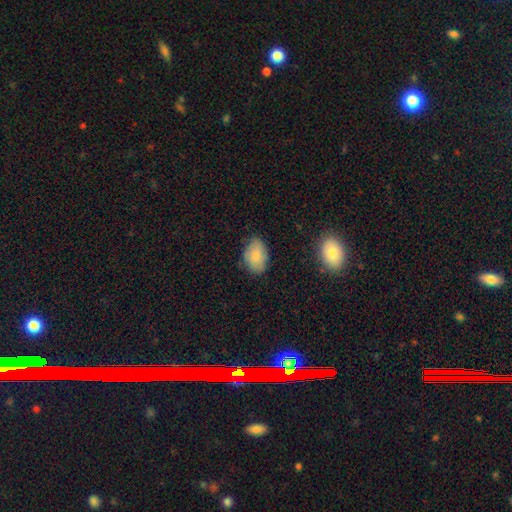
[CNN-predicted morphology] Q: Smooth or featured?
A: smooth (81%); runner-up: featured or disk (11%)
Q: How rounded?
A: in between (87%); runner-up: round (12%)
Q: Merging?
A: none (76%); runner-up: minor disturbance (18%)